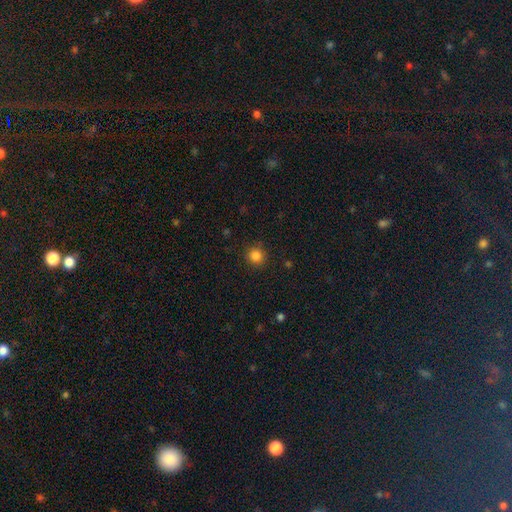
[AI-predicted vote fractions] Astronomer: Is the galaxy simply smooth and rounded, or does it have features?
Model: smooth — 84%.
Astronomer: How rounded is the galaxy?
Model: round — 93%.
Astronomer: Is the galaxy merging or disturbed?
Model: none — 89%.